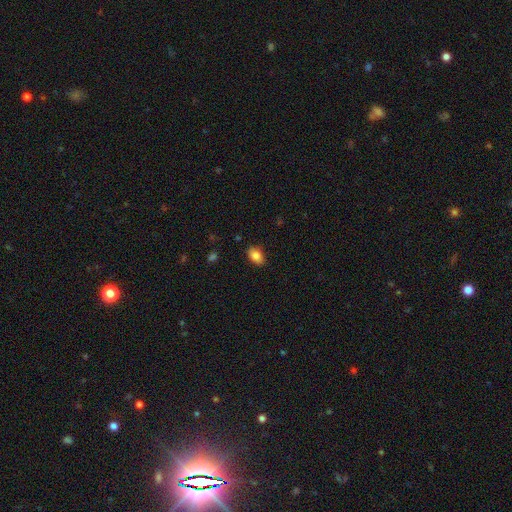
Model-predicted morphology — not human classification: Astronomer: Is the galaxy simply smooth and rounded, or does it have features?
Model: smooth — 85%.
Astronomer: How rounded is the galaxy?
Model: in between — 87%.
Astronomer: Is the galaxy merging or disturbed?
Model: none — 86%.